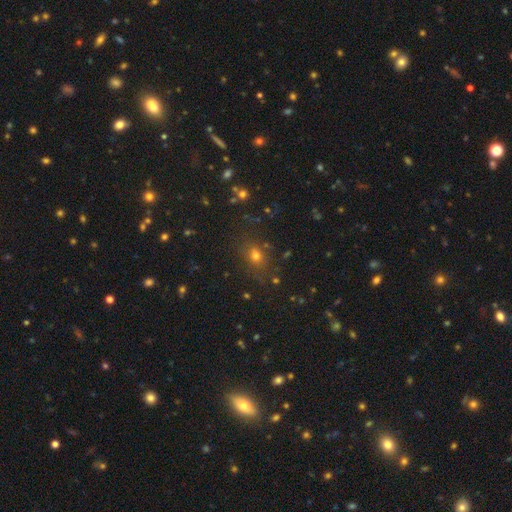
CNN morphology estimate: Overall: smooth (64%; star or artifact 26%). How rounded: round (55%; in between 42%). Merging: none (78%).